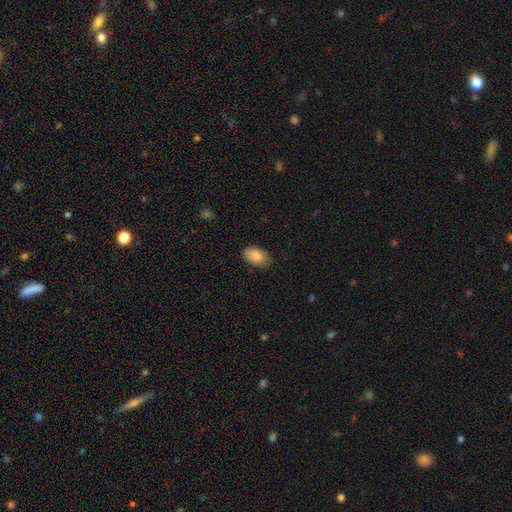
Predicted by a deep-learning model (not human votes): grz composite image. It shows a smooth galaxy with no disk features (87%) that is in between round and cigar-shaped (90%). Merging: none (80%).